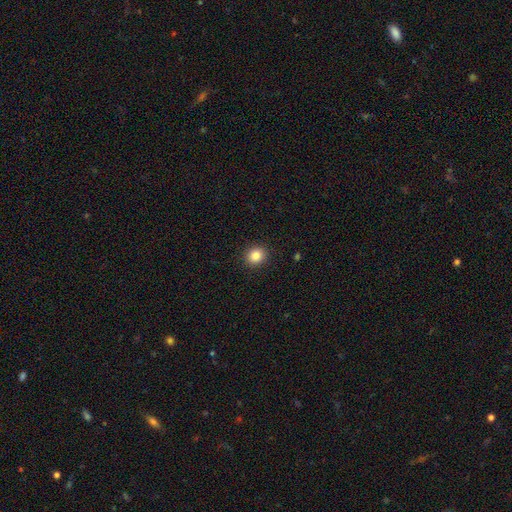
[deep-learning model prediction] This appears to be a smooth galaxy with no disk features (85%) that is round (82%). Merging: none (92%).